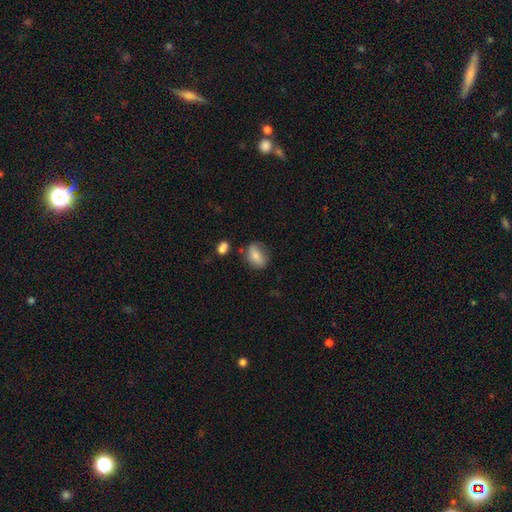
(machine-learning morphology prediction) Smooth or featured? smooth (73%)
How rounded? in between (72%)
Merging? none (63%)